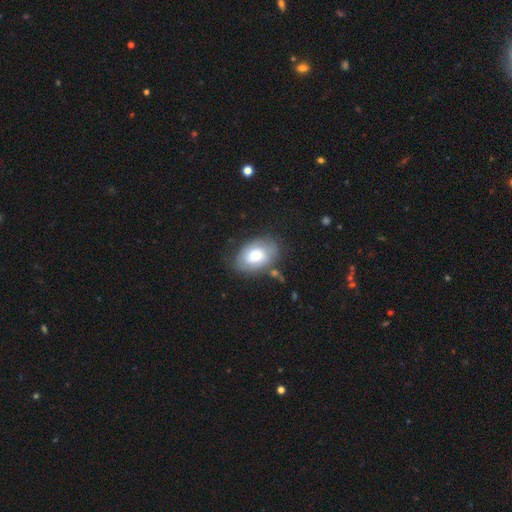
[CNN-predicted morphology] The model was most divided on "smooth or featured": smooth: 63%, featured or disk: 29%, star or artifact: 7%. More confident: how rounded — in between (84%); merging — none (67%).